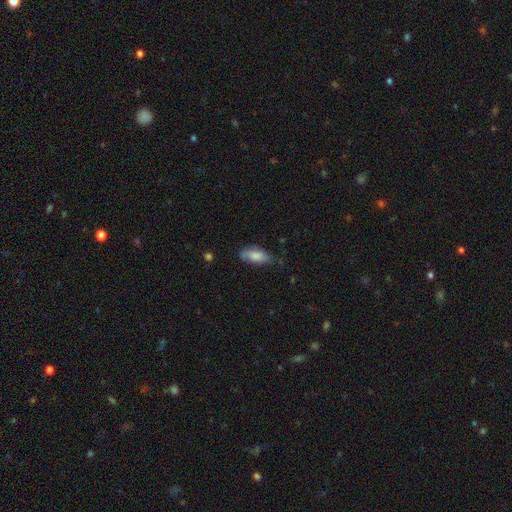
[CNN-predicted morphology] Smooth or featured?
  - smooth: 79% *
  - featured or disk: 14%
  - star or artifact: 6%
How rounded?
  - in between: 84% *
  - cigar-shaped: 14%
  - round: 2%
Merging?
  - none: 65% *
  - minor disturbance: 27%
  - major disturbance: 6%
  - merger: 2%